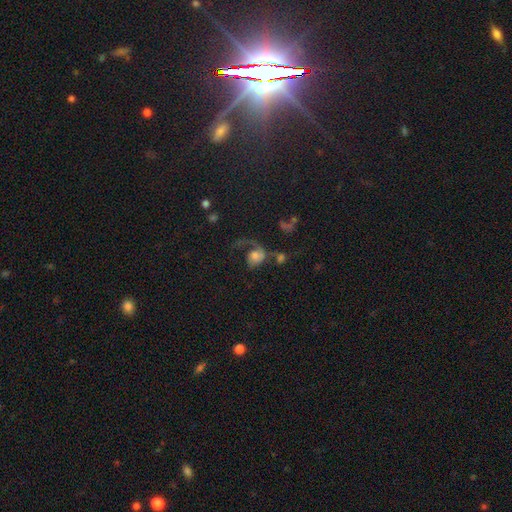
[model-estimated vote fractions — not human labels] Overall: featured or disk (55%; smooth 34%). Edge-on disk: no (97%). Bar: no (78%). Spiral arms: yes (79%). Bulge size: moderate (48%; small 24%). Merging: major disturbance (46%; none 26%).